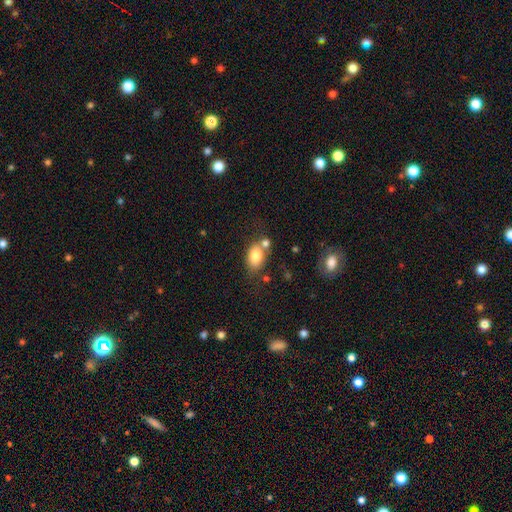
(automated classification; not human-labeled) Smooth or featured? Predicted: smooth (p=0.81). How rounded? Predicted: in between (p=0.82). Merging? Predicted: none (p=0.54).